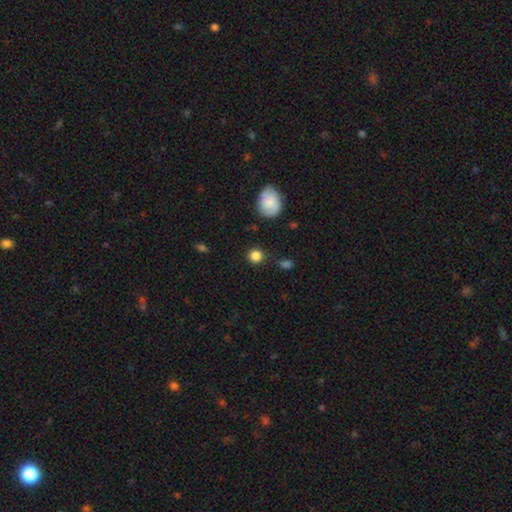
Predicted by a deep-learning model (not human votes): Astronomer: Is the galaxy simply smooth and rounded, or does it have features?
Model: smooth — 85%.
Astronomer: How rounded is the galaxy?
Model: round — 89%.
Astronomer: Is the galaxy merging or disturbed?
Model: none — 83%.